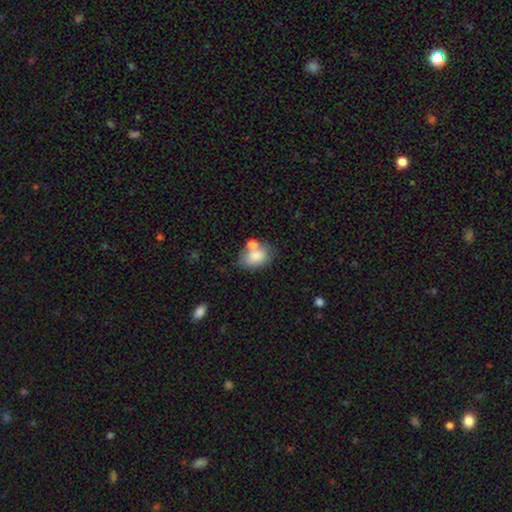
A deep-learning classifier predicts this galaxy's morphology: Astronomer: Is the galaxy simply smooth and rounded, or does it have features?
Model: smooth — 78%.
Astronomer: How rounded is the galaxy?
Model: in between — 80%.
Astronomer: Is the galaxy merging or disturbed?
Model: none — 50% (runner-up: merger, 25%).